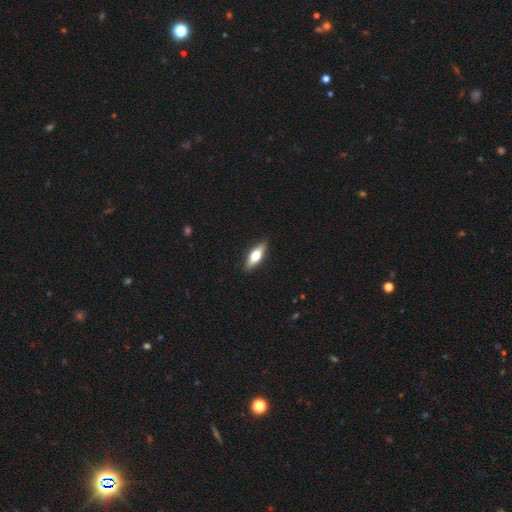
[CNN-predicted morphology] A featured or disk galaxy (47%, tied with smooth).

Vote fractions:
- Smooth or featured? featured or disk: 47% (tied) / smooth: 47% (tied) / star or artifact: 6%
- Merging? none: 89% / minor disturbance: 8% / major disturbance: 2% / merger: 1%